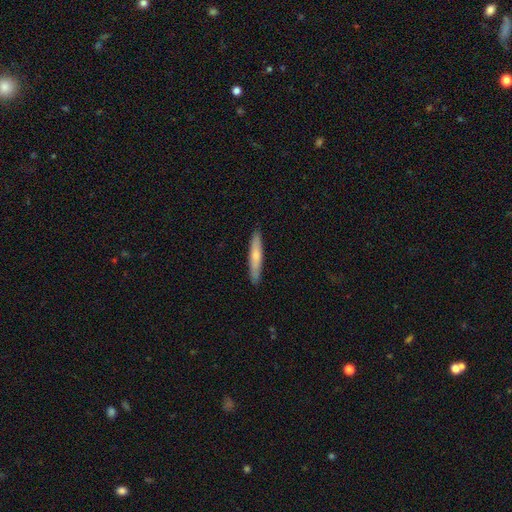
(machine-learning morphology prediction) Smooth or featured?
  - smooth: 63% *
  - featured or disk: 32%
  - star or artifact: 5%
How rounded?
  - cigar-shaped: 92% *
  - in between: 6%
  - round: 1%
Merging?
  - none: 90% *
  - minor disturbance: 7%
  - major disturbance: 1%
  - merger: 1%